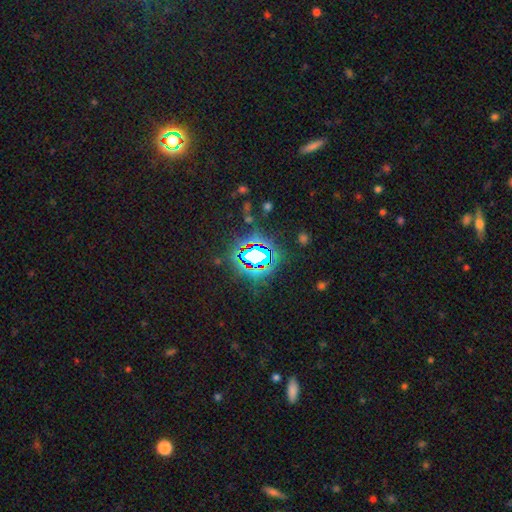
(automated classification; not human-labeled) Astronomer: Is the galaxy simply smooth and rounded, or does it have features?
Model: star or artifact — 73%.